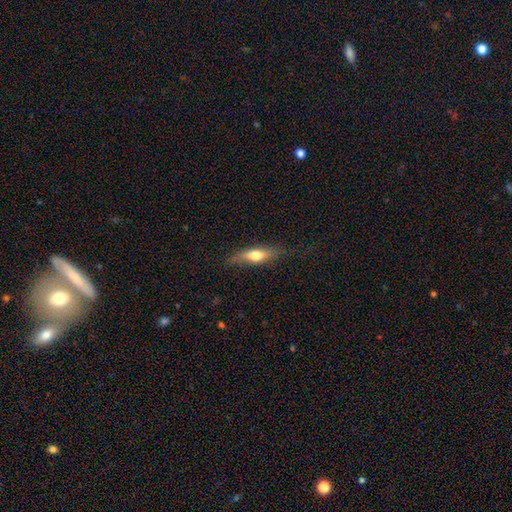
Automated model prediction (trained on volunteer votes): Smooth or featured? smooth (56%)
How rounded? cigar-shaped (62%)
Merging? none (73%)